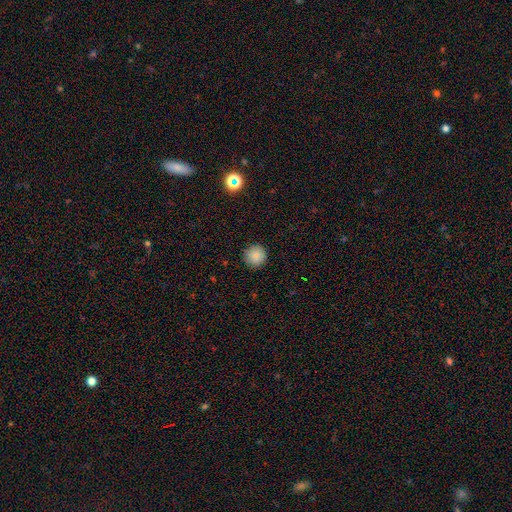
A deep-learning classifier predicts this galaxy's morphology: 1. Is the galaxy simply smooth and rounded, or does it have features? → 86% smooth, 10% star or artifact, 4% featured or disk.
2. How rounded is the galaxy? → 95% round, 4% in between, 1% cigar-shaped.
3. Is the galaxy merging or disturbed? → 90% none, 7% minor disturbance, 2% major disturbance, 1% merger.